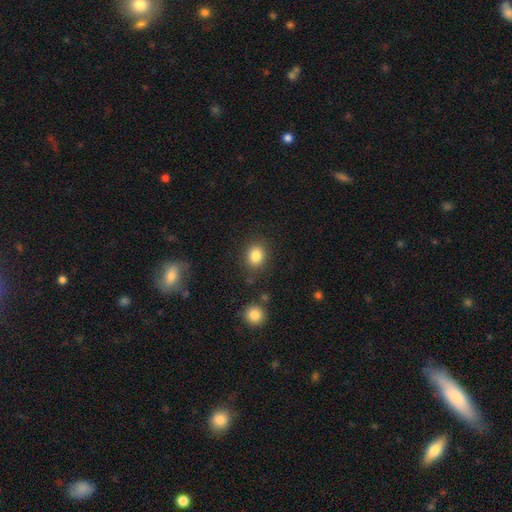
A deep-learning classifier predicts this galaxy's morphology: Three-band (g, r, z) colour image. It shows a smooth galaxy with no disk features (84%) that is round (61%). Merging: none (83%).